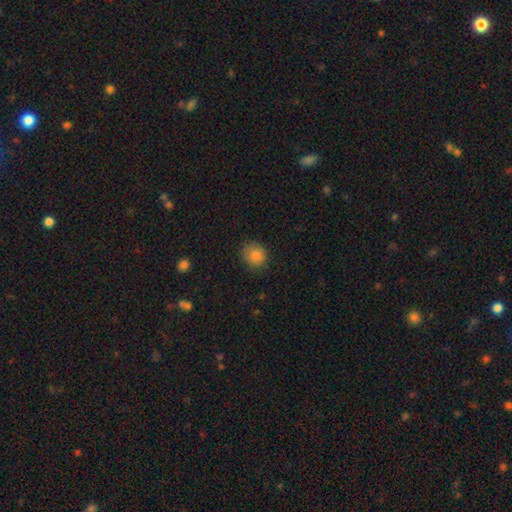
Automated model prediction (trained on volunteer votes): smooth_or_featured: smooth (p=0.83) [alt: star or artifact p=0.10]
how_rounded: round (p=0.81) [alt: in between p=0.18]
merging: none (p=0.82) [alt: minor disturbance p=0.14]